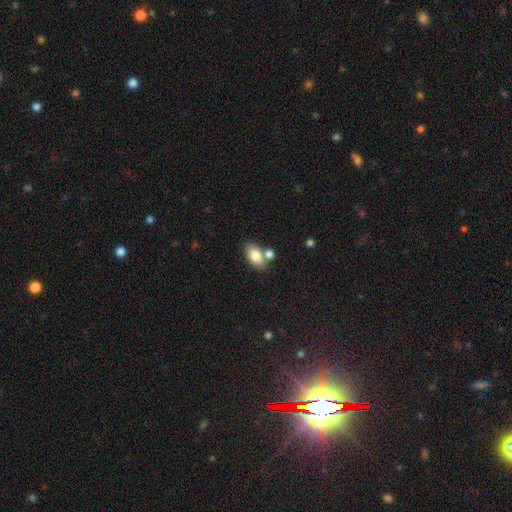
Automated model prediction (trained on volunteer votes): Q: Smooth or featured?
A: smooth (80%); runner-up: featured or disk (13%)
Q: How rounded?
A: in between (90%); runner-up: round (7%)
Q: Merging?
A: none (62%); runner-up: merger (23%)